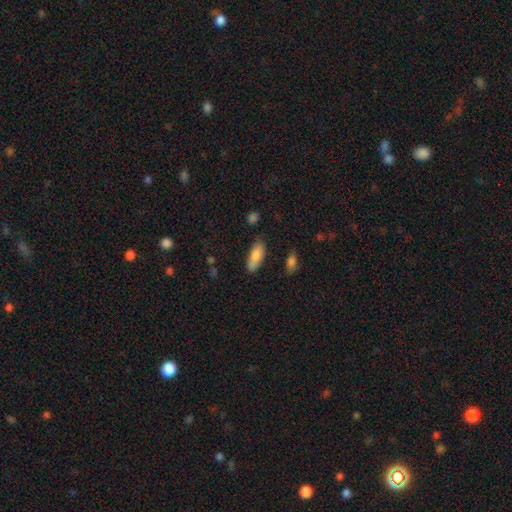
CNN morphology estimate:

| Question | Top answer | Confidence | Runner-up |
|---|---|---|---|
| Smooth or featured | smooth | 80% | featured or disk (13%) |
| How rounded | in between | 70% | cigar-shaped (28%) |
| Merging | none | 74% | minor disturbance (18%) |